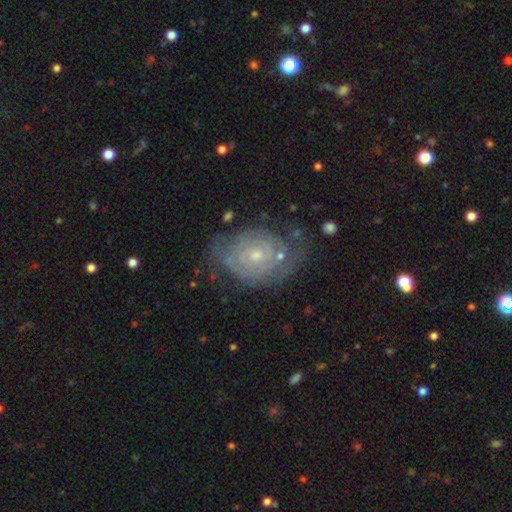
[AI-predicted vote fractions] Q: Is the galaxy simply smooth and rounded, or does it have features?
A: featured or disk — 76%.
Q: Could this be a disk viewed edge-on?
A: no — 97%.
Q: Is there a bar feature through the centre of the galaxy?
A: no — 78%.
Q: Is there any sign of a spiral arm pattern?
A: yes — 80%.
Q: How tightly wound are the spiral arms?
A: tight — 73%.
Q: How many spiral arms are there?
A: can't tell — 51%.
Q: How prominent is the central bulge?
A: small — 59%.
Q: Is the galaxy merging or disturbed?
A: none — 56%.